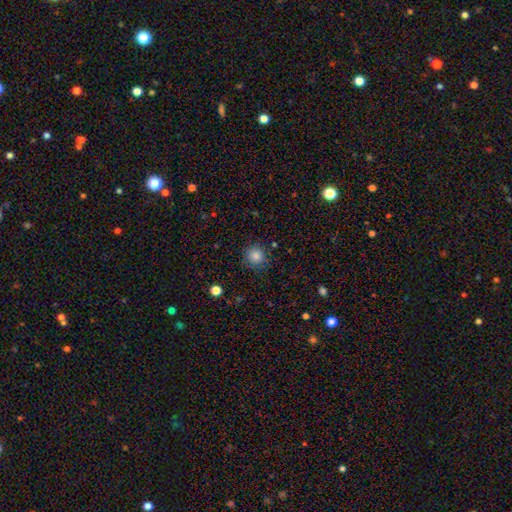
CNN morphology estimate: The model was most divided on "smooth or featured": smooth: 82%, star or artifact: 12%, featured or disk: 6%. More confident: how rounded — round (92%); merging — none (85%).